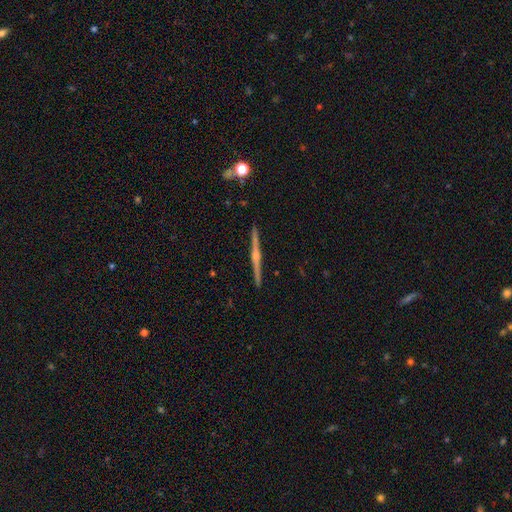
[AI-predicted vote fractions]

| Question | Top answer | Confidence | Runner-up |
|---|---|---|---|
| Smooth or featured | featured or disk | 71% | smooth (19%) |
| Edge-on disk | yes | 96% | no (4%) |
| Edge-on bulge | rounded | 71% | none (21%) |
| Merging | none | 88% | minor disturbance (8%) |